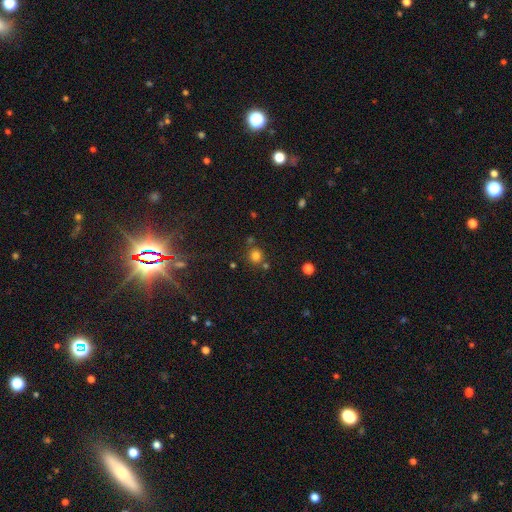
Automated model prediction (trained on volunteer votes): Smooth or featured? smooth (77%)
How rounded? round (92%)
Merging? none (76%)